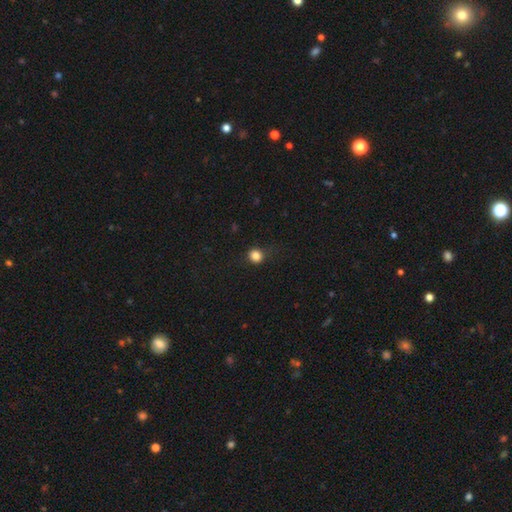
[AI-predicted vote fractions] Q: Smooth or featured?
A: smooth (83%); runner-up: star or artifact (12%)
Q: How rounded?
A: round (87%); runner-up: in between (12%)
Q: Merging?
A: none (82%); runner-up: minor disturbance (13%)